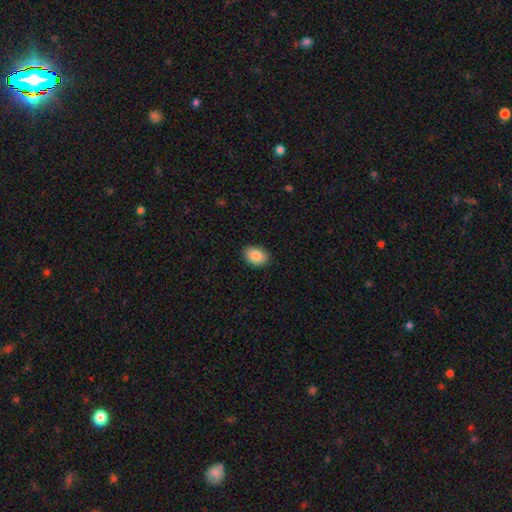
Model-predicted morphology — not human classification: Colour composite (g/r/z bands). It shows a smooth galaxy with no disk features (87%) that is in between round and cigar-shaped (84%). Merging: none (89%).